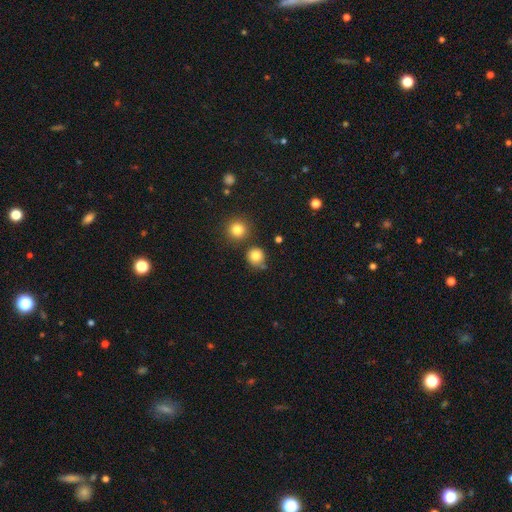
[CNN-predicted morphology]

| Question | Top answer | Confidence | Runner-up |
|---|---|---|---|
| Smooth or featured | smooth | 81% | star or artifact (12%) |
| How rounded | round | 89% | in between (10%) |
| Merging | none | 73% | minor disturbance (14%) |